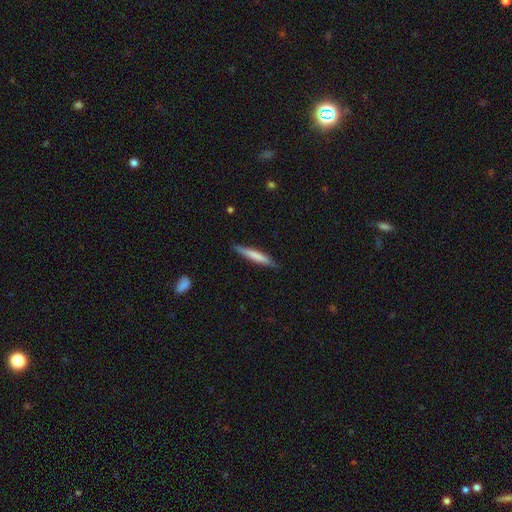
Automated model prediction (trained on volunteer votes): smooth_or_featured: smooth (p=0.68) [alt: featured or disk p=0.27]
how_rounded: cigar-shaped (p=0.94) [alt: in between p=0.05]
merging: none (p=0.85) [alt: minor disturbance p=0.12]